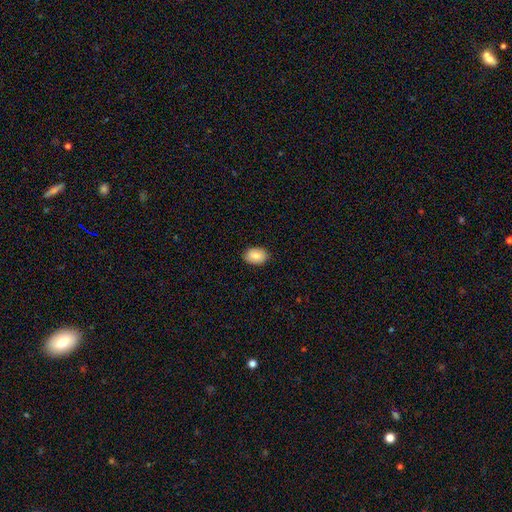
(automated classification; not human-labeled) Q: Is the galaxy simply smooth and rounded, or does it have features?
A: smooth — 87%.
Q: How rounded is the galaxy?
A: in between — 84%.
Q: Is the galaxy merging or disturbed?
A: none — 87%.